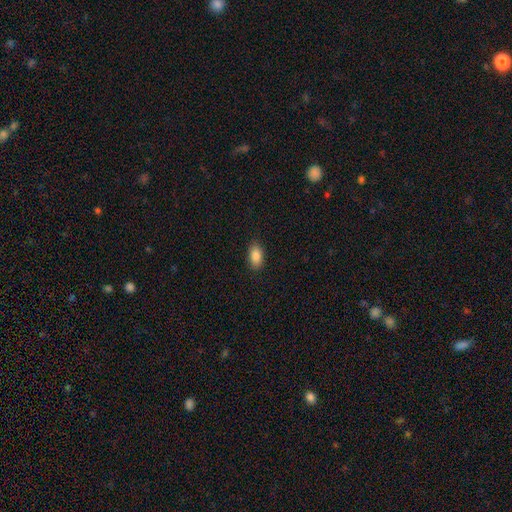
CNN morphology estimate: type=smooth (86%); roundness=in between (92%); merging=none (88%).